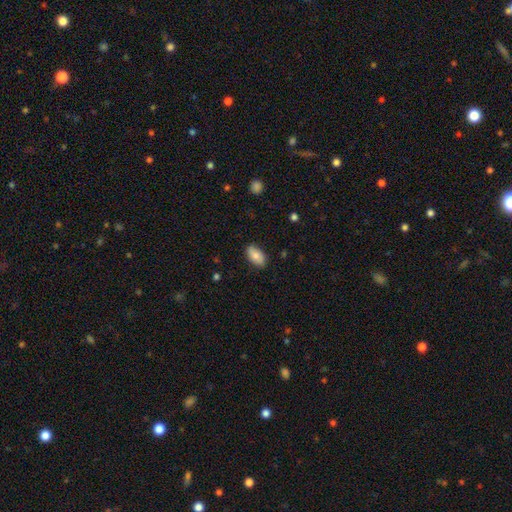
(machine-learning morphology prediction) Smooth or featured: smooth — 80% (featured or disk — 14%)
How rounded: in between — 93% (round — 4%)
Merging: none — 84% (minor disturbance — 13%)